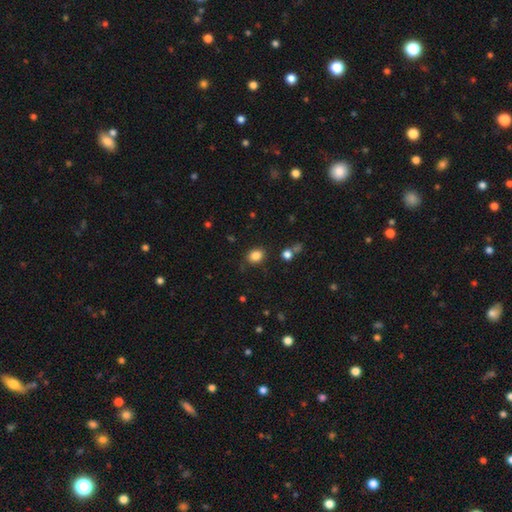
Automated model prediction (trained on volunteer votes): Morphology: type=smooth (84%); roundness=in between (53%); merging=none (82%).